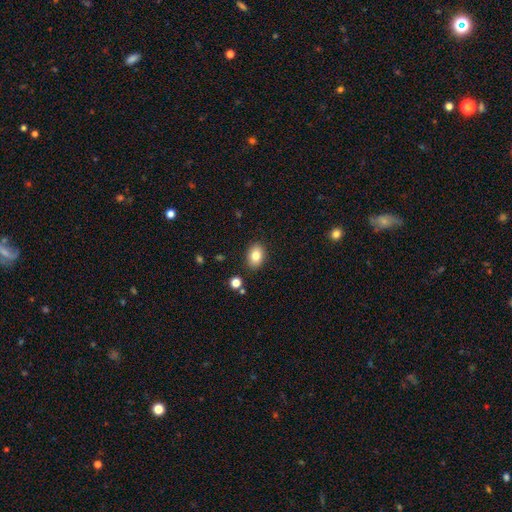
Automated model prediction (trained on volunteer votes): The model was most divided on "how rounded": in between: 80%, round: 19%, cigar-shaped: 1%. More confident: merging — none (87%); smooth or featured — smooth (82%).